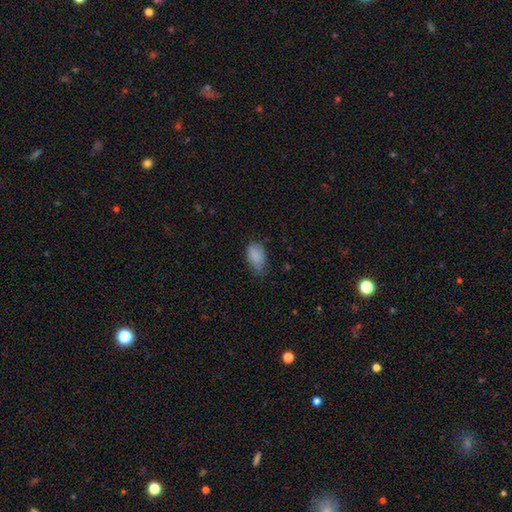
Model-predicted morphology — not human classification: A smooth galaxy with no disk features (85%) that is in between round and cigar-shaped (92%).

Vote fractions:
- Smooth or featured? smooth: 85% / star or artifact: 8% / featured or disk: 7%
- How rounded? in between: 92% / round: 6% / cigar-shaped: 2%
- Merging? none: 49% / minor disturbance: 40% / major disturbance: 9% / merger: 2%